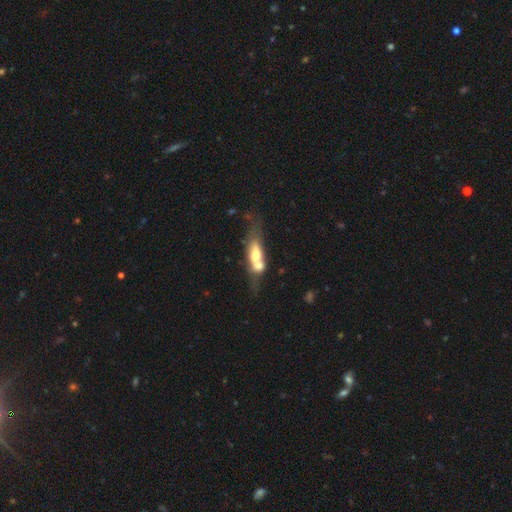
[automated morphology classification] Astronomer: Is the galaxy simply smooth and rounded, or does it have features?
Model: smooth — 50% (runner-up: featured or disk, 43%).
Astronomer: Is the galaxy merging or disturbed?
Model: merger — 56%.